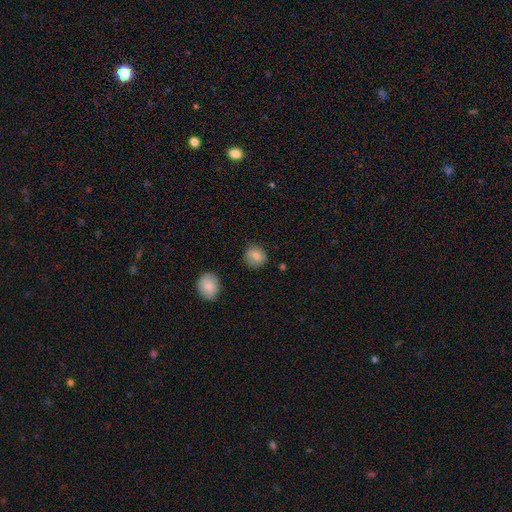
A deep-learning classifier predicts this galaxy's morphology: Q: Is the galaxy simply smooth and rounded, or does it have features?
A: smooth — 80%.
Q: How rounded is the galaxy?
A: round — 79%.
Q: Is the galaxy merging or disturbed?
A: none — 80%.